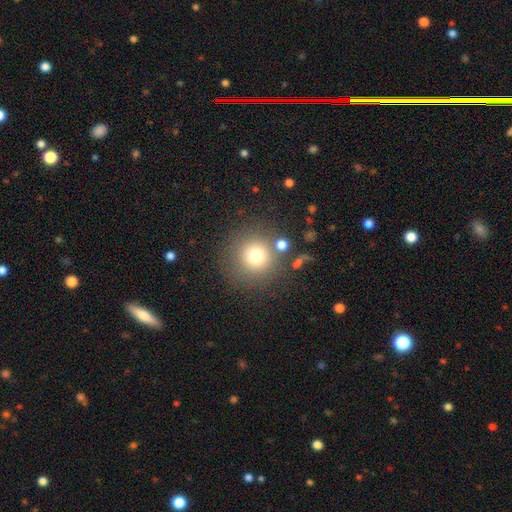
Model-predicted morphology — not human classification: Smooth or featured? Predicted: smooth (p=0.74). How rounded? Predicted: round (p=0.94). Merging? Predicted: none (p=0.78).